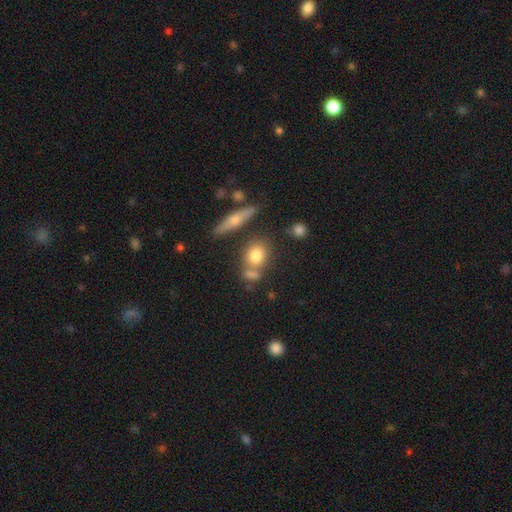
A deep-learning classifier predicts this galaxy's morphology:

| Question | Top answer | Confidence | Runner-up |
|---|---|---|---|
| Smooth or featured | smooth | 75% | featured or disk (14%) |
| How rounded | round | 51% | in between (44%) |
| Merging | none | 59% | merger (23%) |